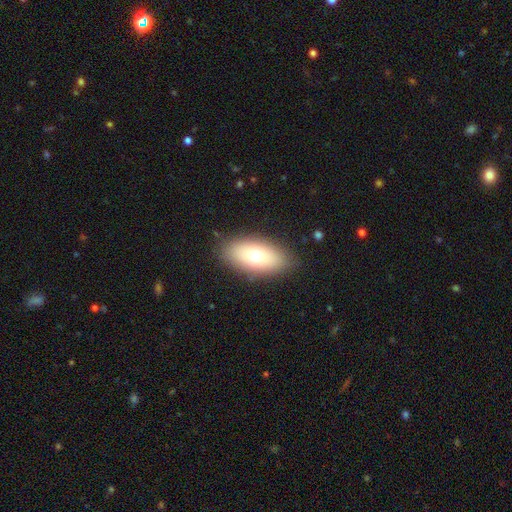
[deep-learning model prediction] Overall: smooth (70%). How rounded: in between (89%). Merging: none (85%).